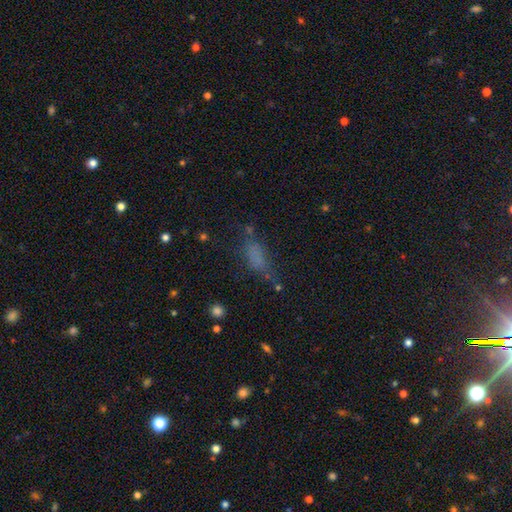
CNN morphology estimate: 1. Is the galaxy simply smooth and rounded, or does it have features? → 64% smooth, 19% star or artifact, 16% featured or disk.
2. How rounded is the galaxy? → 62% in between, 33% cigar-shaped, 5% round.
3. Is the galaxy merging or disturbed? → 50% none, 25% minor disturbance, 20% major disturbance, 6% merger.